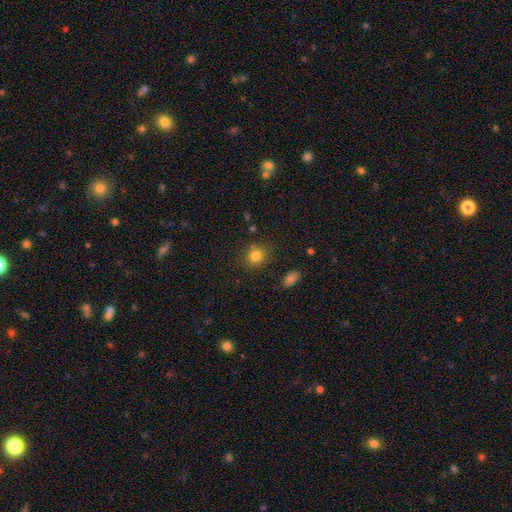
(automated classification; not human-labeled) Smooth or featured? smooth (81%)
How rounded? round (78%)
Merging? none (81%)